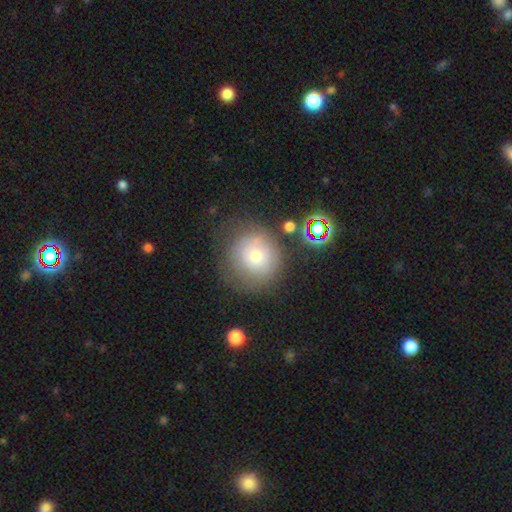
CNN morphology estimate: A smooth galaxy with no disk features (61%) that is round (89%). Merging: none (65%).